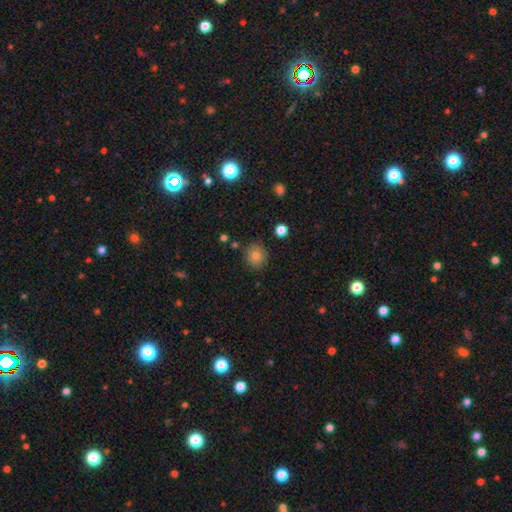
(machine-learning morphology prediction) A smooth galaxy with no disk features (80%) that is round (86%). Merging: none (86%).